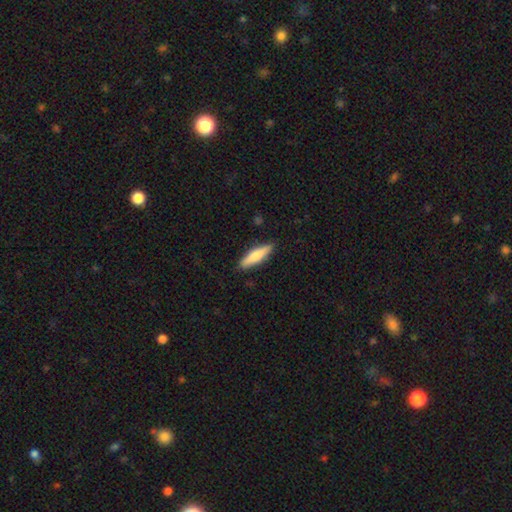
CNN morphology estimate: smooth-or-featured: smooth: 72% | featured or disk: 22% | star or artifact: 5%
  how-rounded: cigar-shaped: 73% | in between: 25% | round: 2%
  merging: none: 88% | minor disturbance: 9% | major disturbance: 2% | merger: 1%